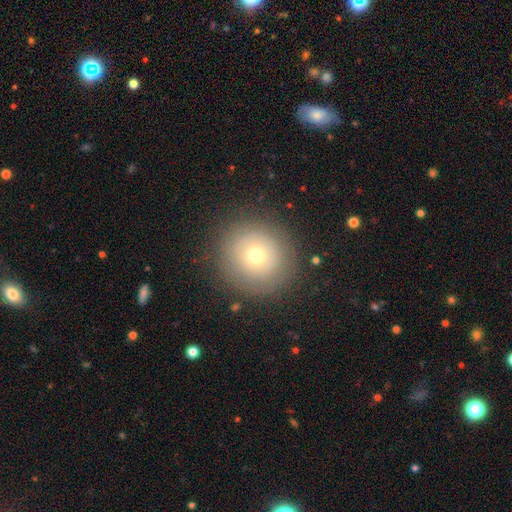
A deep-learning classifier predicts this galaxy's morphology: This is likely a smooth galaxy (66%). How rounded: clearly round (94%). Merging: clearly none (86%).